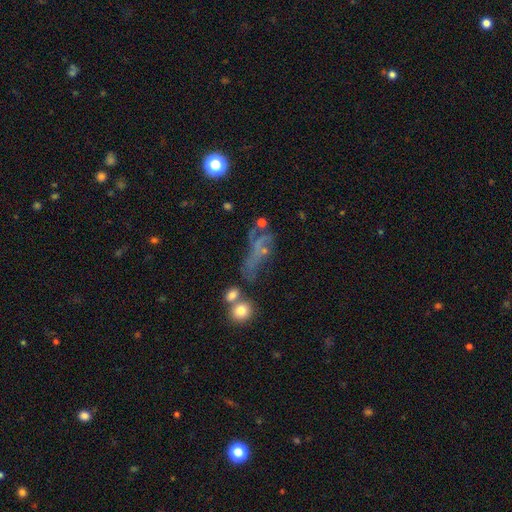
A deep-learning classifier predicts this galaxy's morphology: smooth-or-featured: star or artifact: 34% | smooth: 33% | featured or disk: 33%